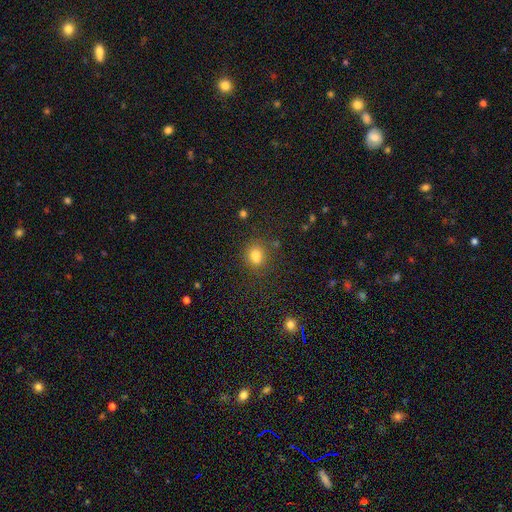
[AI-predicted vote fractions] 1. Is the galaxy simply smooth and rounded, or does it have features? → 77% smooth, 15% star or artifact, 8% featured or disk.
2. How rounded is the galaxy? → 55% round, 43% in between, 2% cigar-shaped.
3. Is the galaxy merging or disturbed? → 66% none, 17% minor disturbance, 10% merger, 6% major disturbance.